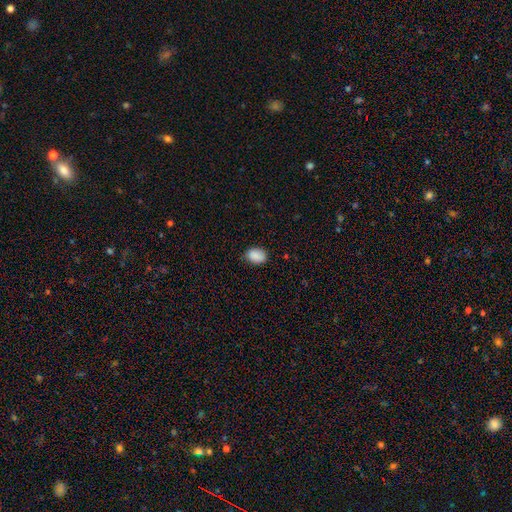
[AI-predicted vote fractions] Q: Smooth or featured?
A: smooth (89%); runner-up: star or artifact (8%)
Q: How rounded?
A: in between (80%); runner-up: round (19%)
Q: Merging?
A: none (80%); runner-up: minor disturbance (16%)